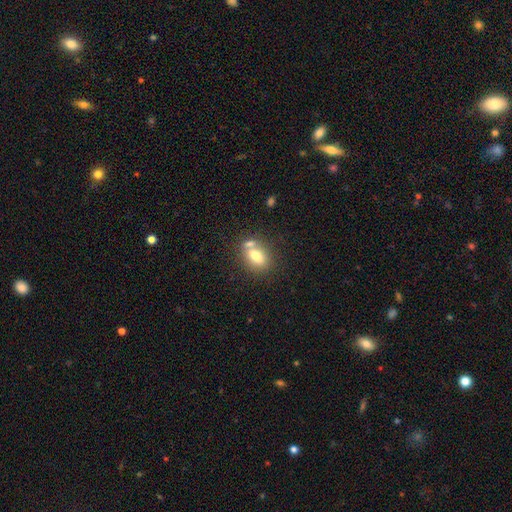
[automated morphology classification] type=smooth (73%); roundness=in between (74%); merging=none (50%).